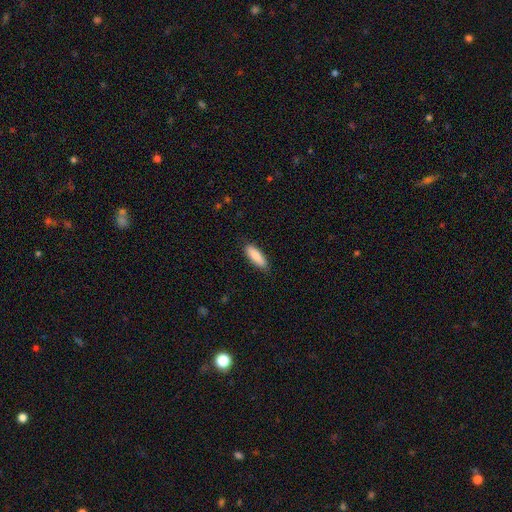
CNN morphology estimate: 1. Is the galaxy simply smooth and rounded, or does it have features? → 87% smooth, 8% featured or disk, 6% star or artifact.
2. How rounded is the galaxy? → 58% in between, 40% cigar-shaped, 2% round.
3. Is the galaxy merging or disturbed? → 86% none, 11% minor disturbance, 2% major disturbance, 1% merger.